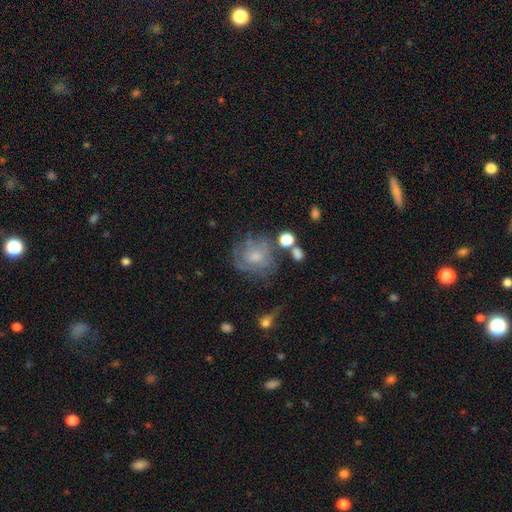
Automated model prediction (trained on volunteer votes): A featured or disk galaxy (45%).

Vote fractions:
- Smooth or featured? featured or disk: 45% / smooth: 44% / star or artifact: 11%
- Merging? none: 53% / minor disturbance: 22% / major disturbance: 18% / merger: 7%